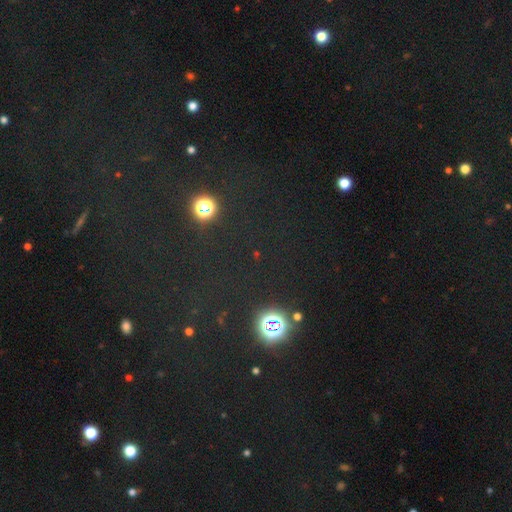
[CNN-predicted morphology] This appears to be a star or artifact, not a galaxy (71%).